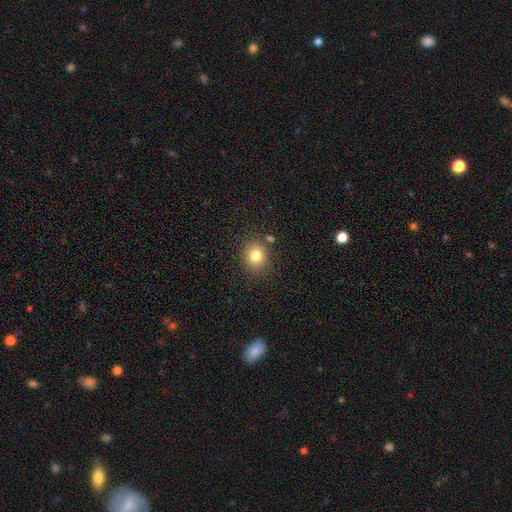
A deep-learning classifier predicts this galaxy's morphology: Smooth or featured? Predicted: smooth (p=0.79). How rounded? Predicted: round (p=0.78). Merging? Predicted: none (p=0.82).